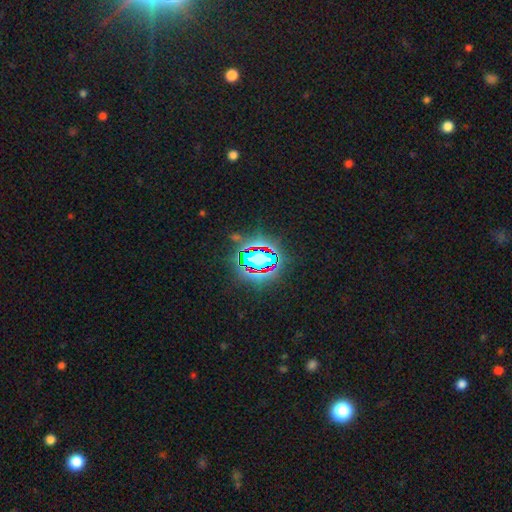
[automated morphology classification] A star or artifact, not a galaxy (70%).

Vote fractions:
- Smooth or featured? star or artifact: 70% / smooth: 18% / featured or disk: 12%